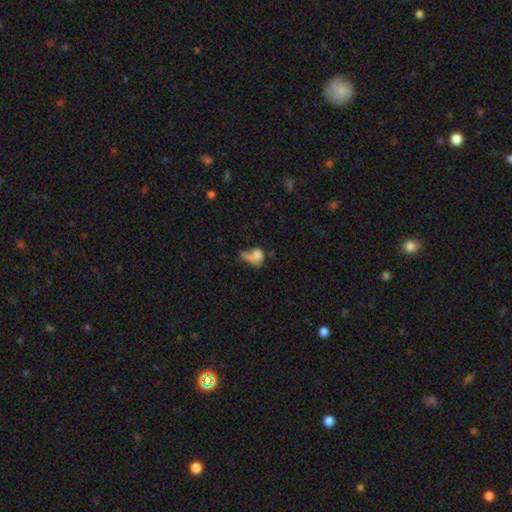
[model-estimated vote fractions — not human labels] The model was most divided on "merging": major disturbance: 35%, merger: 26%, none: 23%, minor disturbance: 16%. More confident: smooth or featured — smooth (65%); how rounded — in between (59%).